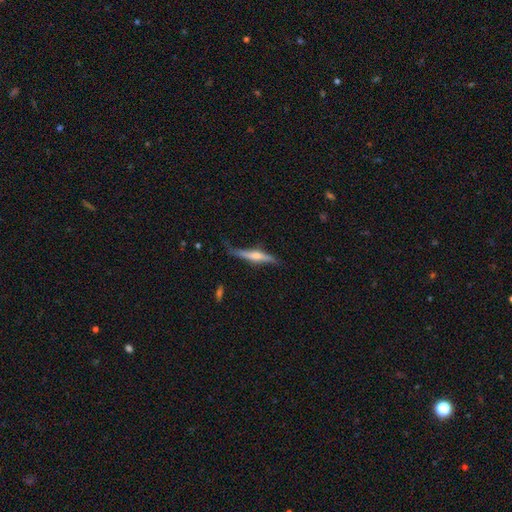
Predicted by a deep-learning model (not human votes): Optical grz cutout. It shows a featured or disk galaxy (60%) viewed edge-on (88%) with a rounded central bulge (77%). Merging: none (52%).